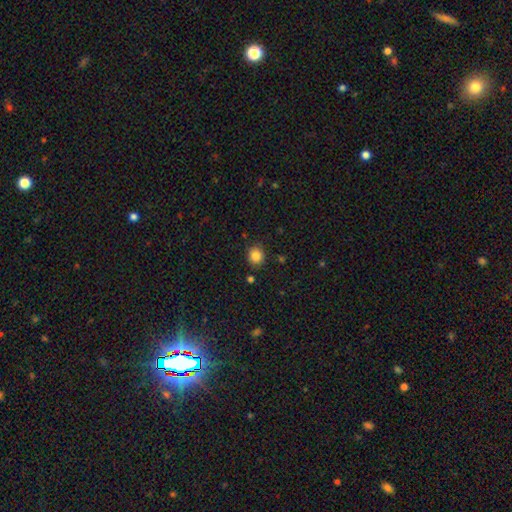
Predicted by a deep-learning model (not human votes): This is clearly a smooth galaxy (84%). How rounded: clearly round (83%). Merging: clearly none (86%).